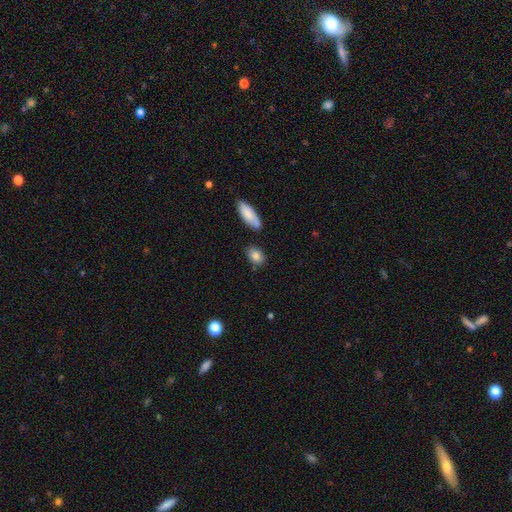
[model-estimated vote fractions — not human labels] A smooth galaxy with no disk features (84%) that is in between round and cigar-shaped (75%).

Vote fractions:
- Smooth or featured? smooth: 84% / featured or disk: 8% / star or artifact: 8%
- How rounded? in between: 75% / round: 22% / cigar-shaped: 3%
- Merging? none: 77% / minor disturbance: 13% / merger: 7% / major disturbance: 3%